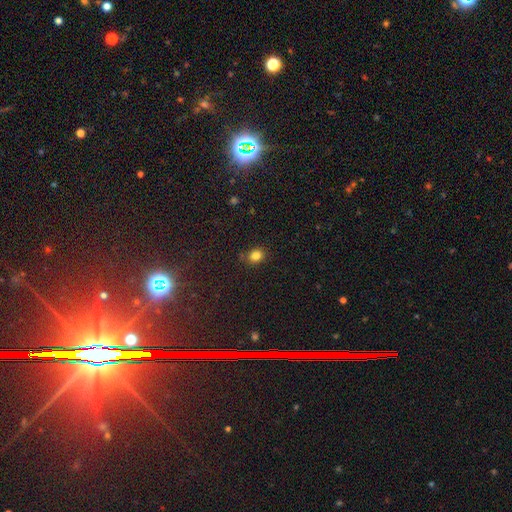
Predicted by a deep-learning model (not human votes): Morphology: type=smooth (82%); roundness=round (60%); merging=none (82%).